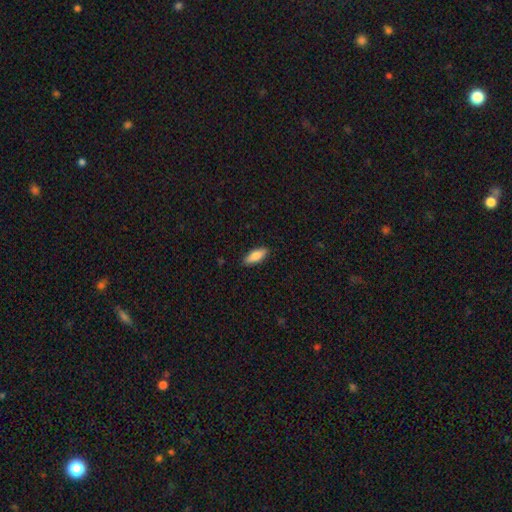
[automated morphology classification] smooth-or-featured: smooth: 80% | featured or disk: 14% | star or artifact: 6%
  how-rounded: in between: 67% | cigar-shaped: 31% | round: 2%
  merging: none: 88% | minor disturbance: 9% | major disturbance: 2% | merger: 1%